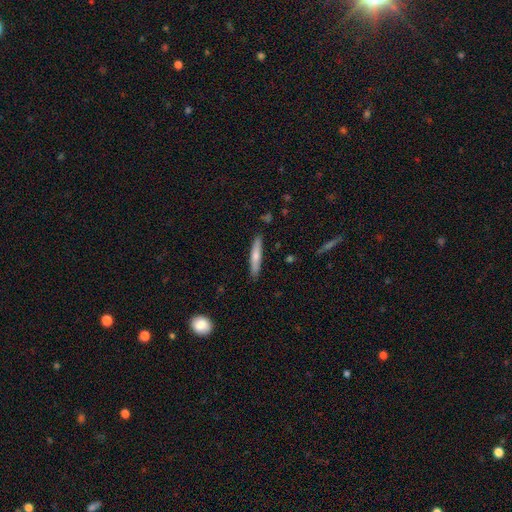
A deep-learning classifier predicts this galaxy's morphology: type=smooth (65%); roundness=cigar-shaped (90%); merging=none (88%).